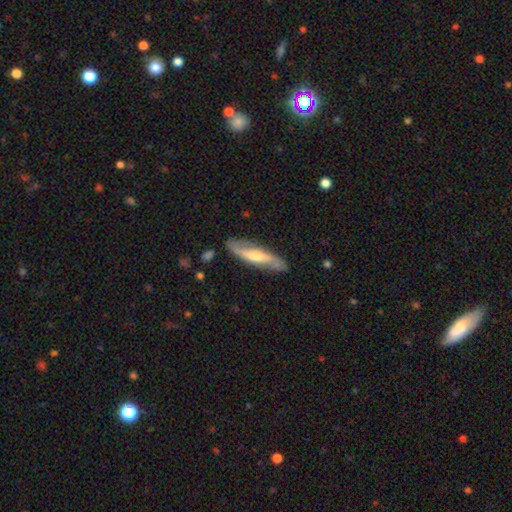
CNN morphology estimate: Smooth or featured?
  - featured or disk: 67% *
  - smooth: 28%
  - star or artifact: 5%
Edge-on disk?
  - no: 60% *
  - yes: 40%
Merging?
  - none: 82% *
  - minor disturbance: 13%
  - major disturbance: 3%
  - merger: 2%